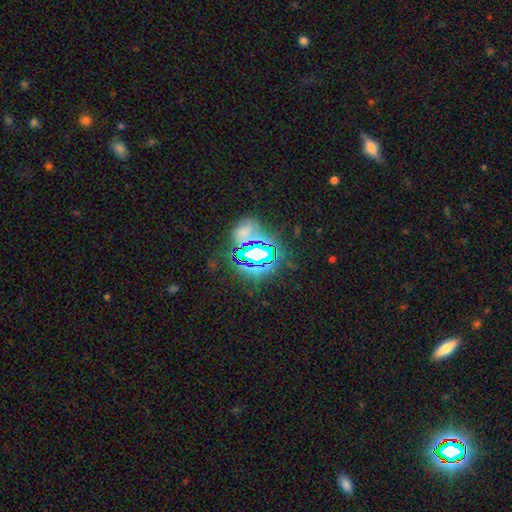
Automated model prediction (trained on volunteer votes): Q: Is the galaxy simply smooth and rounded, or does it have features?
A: star or artifact — 71%.